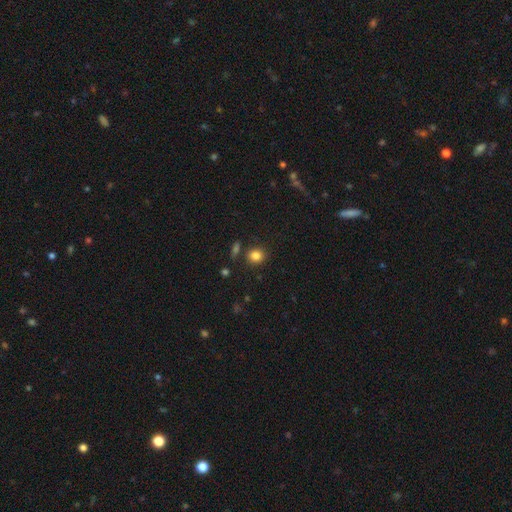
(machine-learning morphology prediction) Overall: smooth (83%). How rounded: round (76%). Merging: none (82%).